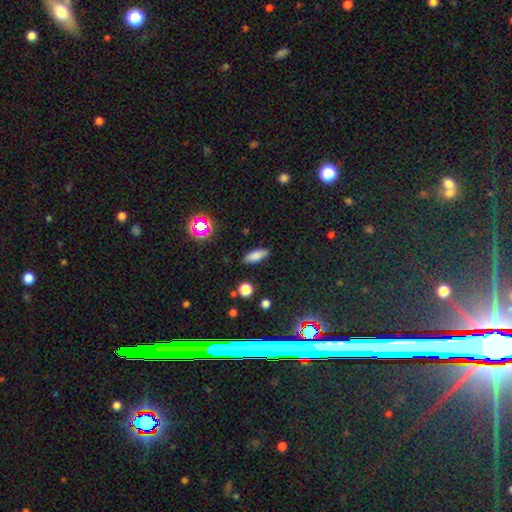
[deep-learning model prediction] Smooth or featured? Predicted: smooth (p=0.81). How rounded? Predicted: in between (p=0.66). Merging? Predicted: none (p=0.86).